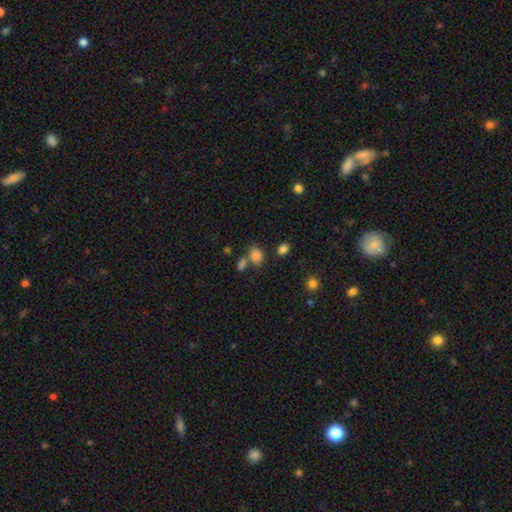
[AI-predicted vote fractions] A smooth galaxy with no disk features (81%) that is in between round and cigar-shaped (72%).

Vote fractions:
- Smooth or featured? smooth: 81% / star or artifact: 13% / featured or disk: 6%
- How rounded? in between: 72% / round: 26% / cigar-shaped: 1%
- Merging? none: 53% / merger: 27% / minor disturbance: 14% / major disturbance: 6%